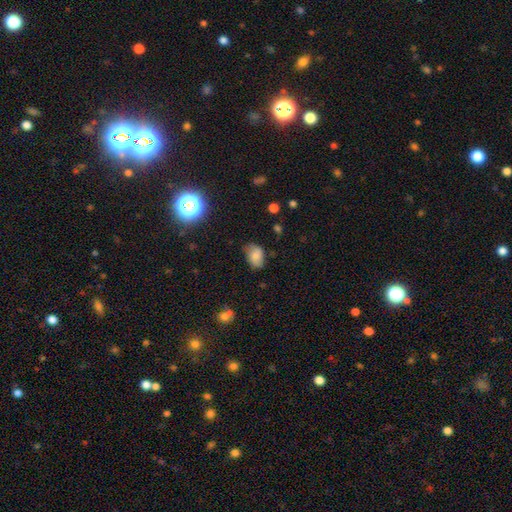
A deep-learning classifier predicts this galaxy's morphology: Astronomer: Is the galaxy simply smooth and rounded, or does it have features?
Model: smooth — 73%.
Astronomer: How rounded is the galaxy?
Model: in between — 83%.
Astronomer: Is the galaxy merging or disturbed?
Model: none — 64%.